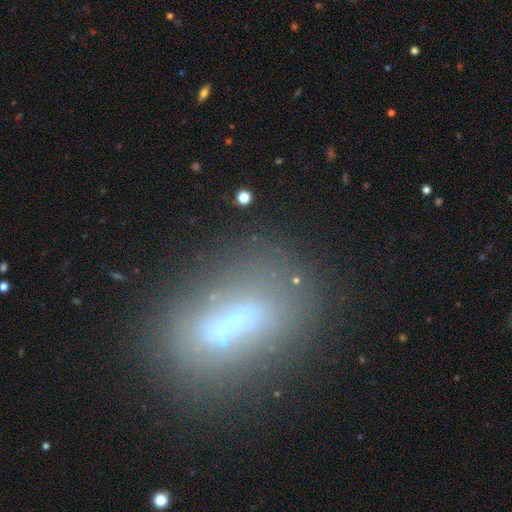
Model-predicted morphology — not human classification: Smooth or featured?
  - featured or disk: 44% *
  - smooth: 39%
  - star or artifact: 17%
Merging?
  - none: 65% *
  - minor disturbance: 17%
  - major disturbance: 11%
  - merger: 6%